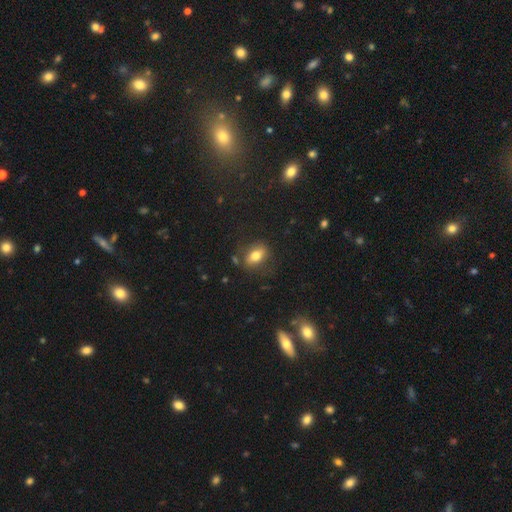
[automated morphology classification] type=smooth (73%); roundness=in between (82%); merging=none (75%).